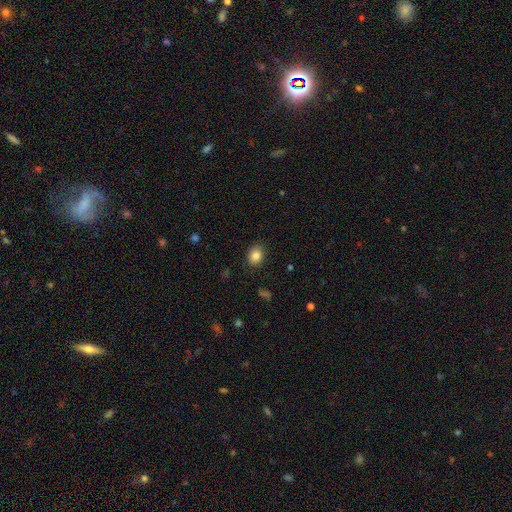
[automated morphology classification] type=smooth (84%); roundness=in between (53%); merging=none (86%).